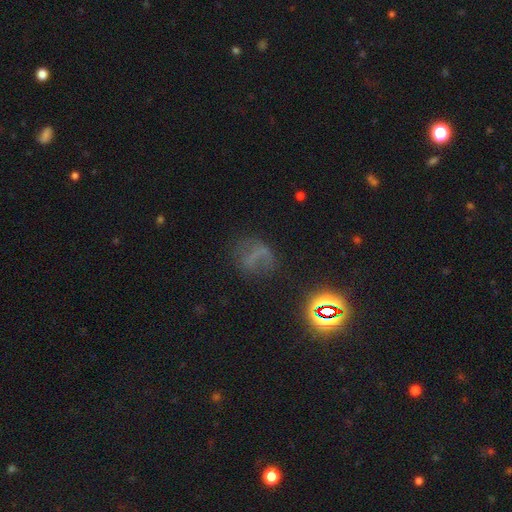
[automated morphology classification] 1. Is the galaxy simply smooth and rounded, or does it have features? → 37% star or artifact, 33% smooth, 30% featured or disk.